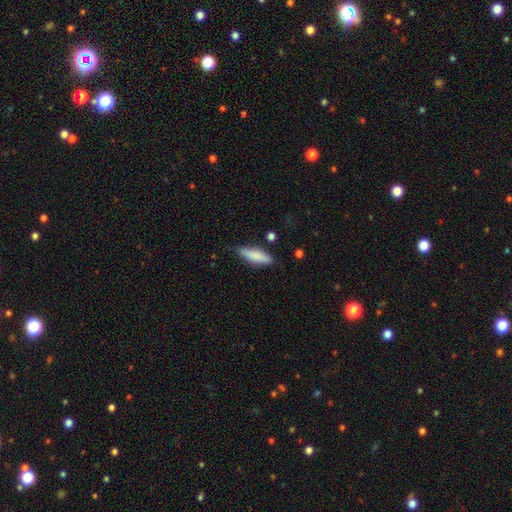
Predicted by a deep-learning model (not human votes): Smooth or featured?
  - smooth: 82% *
  - featured or disk: 13%
  - star or artifact: 6%
How rounded?
  - cigar-shaped: 57% *
  - in between: 41%
  - round: 2%
Merging?
  - none: 76% *
  - minor disturbance: 18%
  - major disturbance: 4%
  - merger: 2%